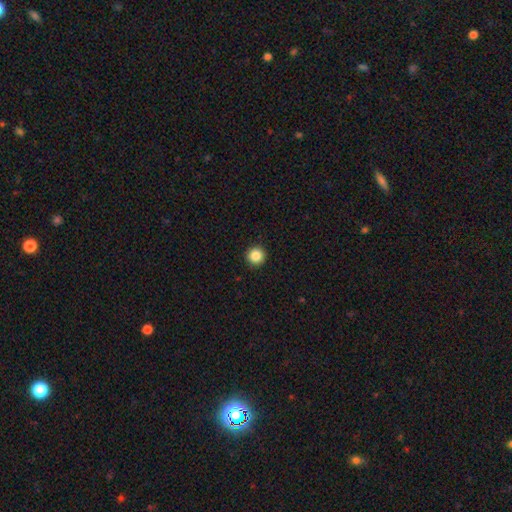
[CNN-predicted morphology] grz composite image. It shows a smooth galaxy with no disk features (86%) that is round (96%). Merging: none (93%).